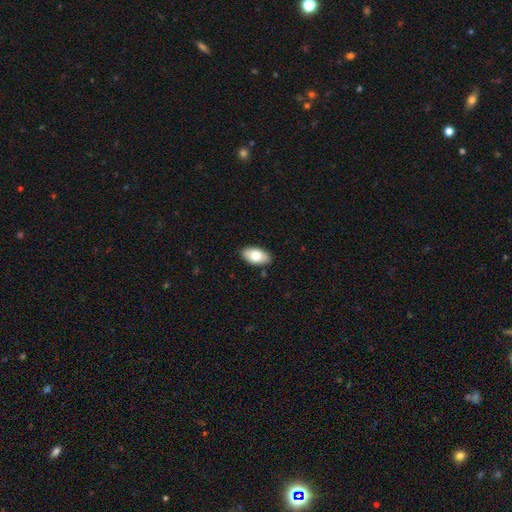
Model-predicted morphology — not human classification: smooth_or_featured: smooth (p=0.78) [alt: featured or disk p=0.16]
how_rounded: in between (p=0.94) [alt: round p=0.03]
merging: none (p=0.88) [alt: minor disturbance p=0.09]